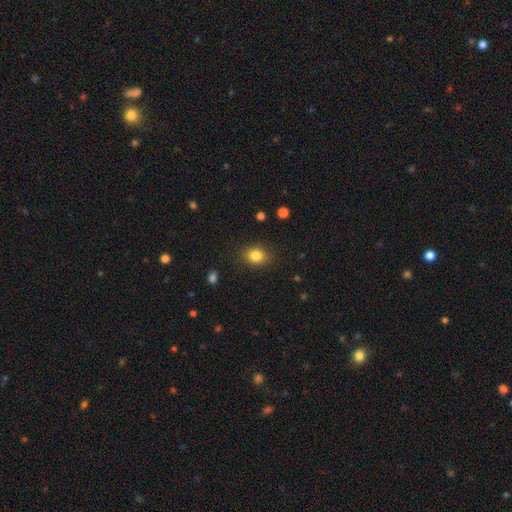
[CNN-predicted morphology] type=smooth (83%); roundness=in between (53%); merging=none (86%).